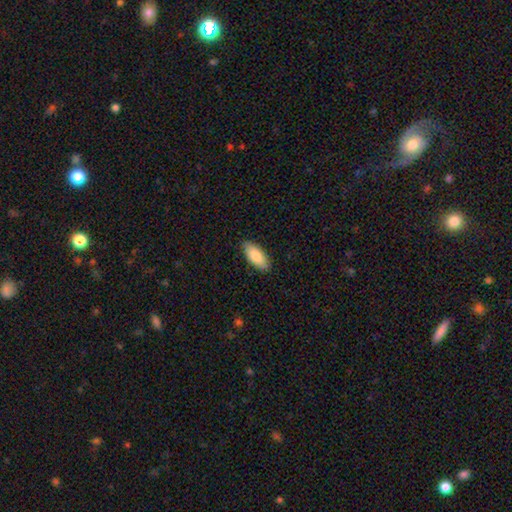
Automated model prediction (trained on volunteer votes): Smooth or featured?
  - smooth: 86% *
  - featured or disk: 9%
  - star or artifact: 5%
How rounded?
  - in between: 86% *
  - cigar-shaped: 12%
  - round: 2%
Merging?
  - none: 86% *
  - minor disturbance: 11%
  - major disturbance: 2%
  - merger: 1%